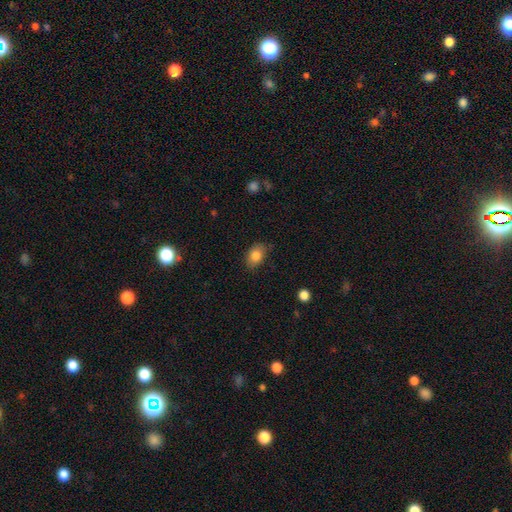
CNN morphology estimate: This is clearly a smooth galaxy (83%). How rounded: clearly in between (80%). Merging: likely none (76%).